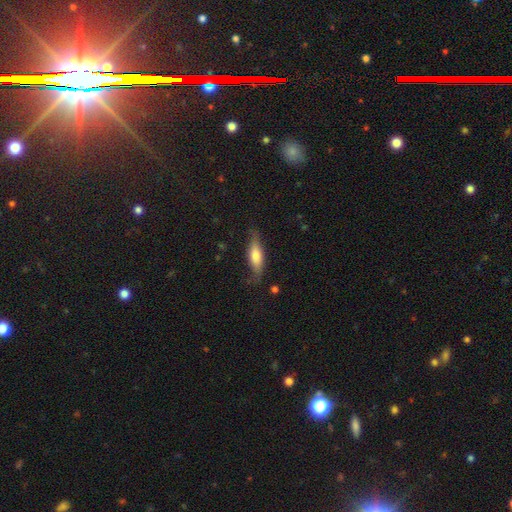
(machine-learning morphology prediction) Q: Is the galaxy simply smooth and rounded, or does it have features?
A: smooth — 61%.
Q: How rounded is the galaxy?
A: in between — 51%.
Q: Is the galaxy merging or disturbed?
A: none — 64%.